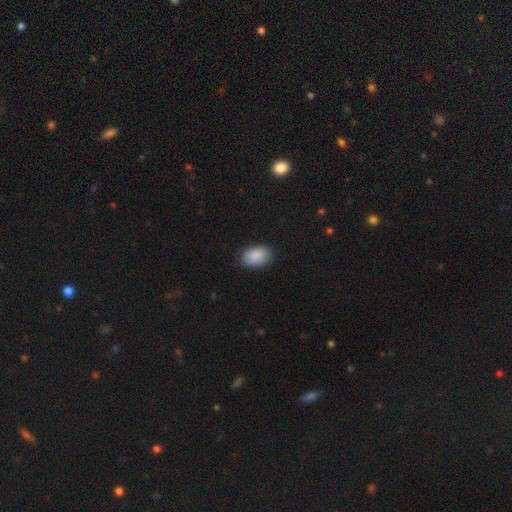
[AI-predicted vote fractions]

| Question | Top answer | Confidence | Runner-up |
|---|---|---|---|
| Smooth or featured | smooth | 88% | star or artifact (6%) |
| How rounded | in between | 88% | round (10%) |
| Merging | none | 82% | minor disturbance (14%) |